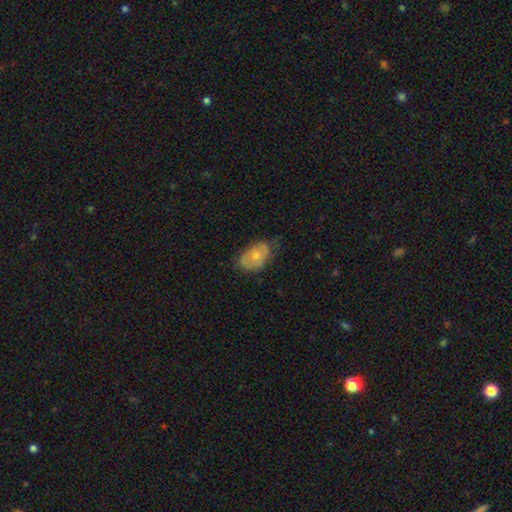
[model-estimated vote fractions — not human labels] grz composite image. It shows a smooth galaxy with no disk features (58%) that is in between round and cigar-shaped (86%). Merging: none (56%).